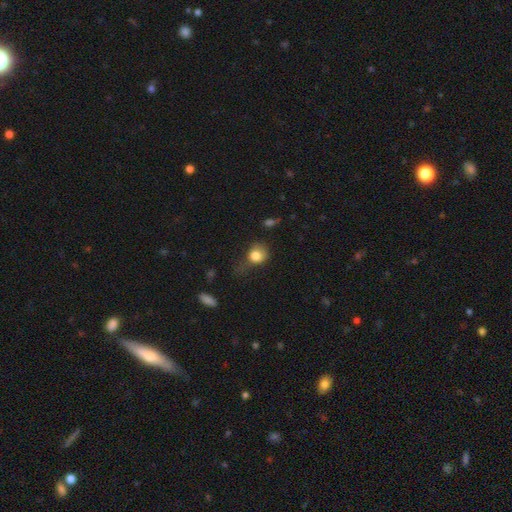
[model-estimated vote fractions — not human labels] Smooth or featured: smooth — 80% (star or artifact — 10%)
How rounded: round — 68% (in between — 30%)
Merging: none — 36% (minor disturbance — 32%)